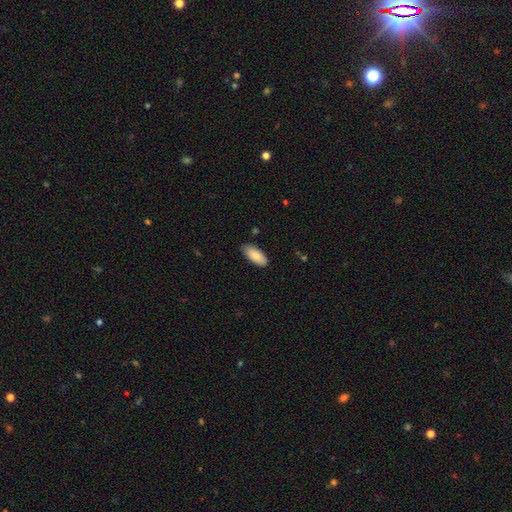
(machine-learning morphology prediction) smooth_or_featured: smooth (p=0.88) [alt: featured or disk p=0.07]
how_rounded: in between (p=0.88) [alt: cigar-shaped p=0.11]
merging: none (p=0.85) [alt: minor disturbance p=0.12]